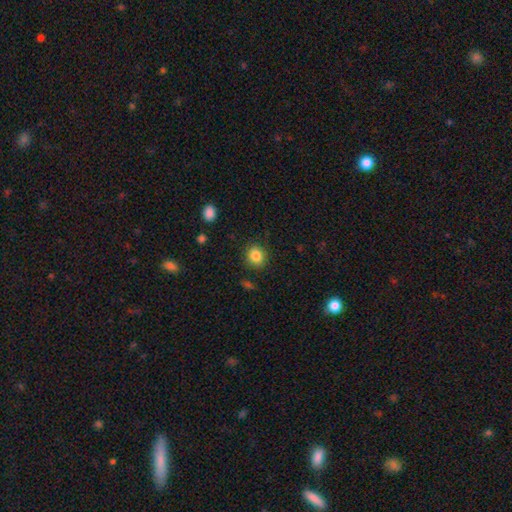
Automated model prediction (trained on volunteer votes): A smooth galaxy with no disk features (84%) that is round (78%).

Vote fractions:
- Smooth or featured? smooth: 84% / star or artifact: 10% / featured or disk: 6%
- How rounded? round: 78% / in between: 21% / cigar-shaped: 1%
- Merging? none: 88% / minor disturbance: 8% / major disturbance: 3% / merger: 1%